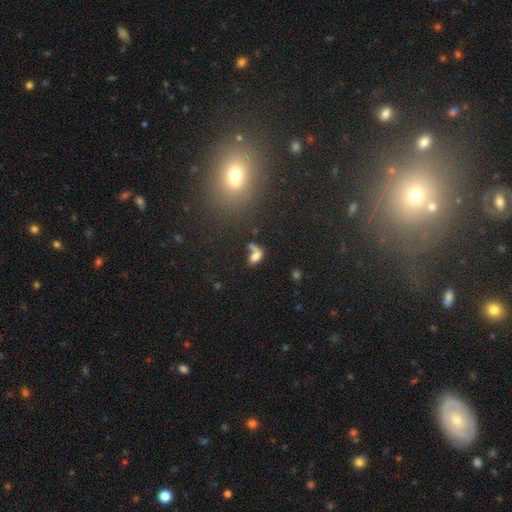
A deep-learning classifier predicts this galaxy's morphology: This appears to be a smooth galaxy with no disk features (67%) that is in between round and cigar-shaped (82%). Merging: merger (37%).